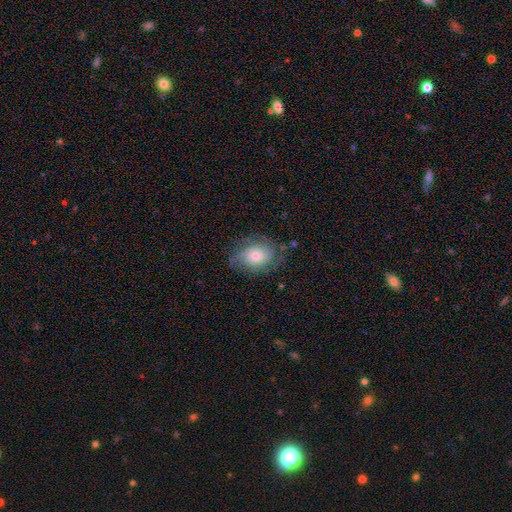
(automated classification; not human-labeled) Smooth or featured?
  - featured or disk: 61% *
  - smooth: 31%
  - star or artifact: 8%
Edge-on disk?
  - no: 96% *
  - yes: 4%
Bar?
  - no: 81% *
  - weak: 16%
  - strong: 3%
Spiral arms?
  - yes: 86% *
  - no: 14%
Spiral winding?
  - tight: 49% *
  - medium: 35%
  - loose: 16%
Spiral arm count?
  - can't tell: 37% *
  - 2: 29%
  - 3: 17%
  - 4: 7%
  - 1: 6%
  - more than 4: 4%
Bulge size?
  - moderate: 52% *
  - small: 32%
  - large: 12%
  - dominant: 2%
  - none: 2%
Merging?
  - none: 67% *
  - minor disturbance: 21%
  - major disturbance: 11%
  - merger: 1%